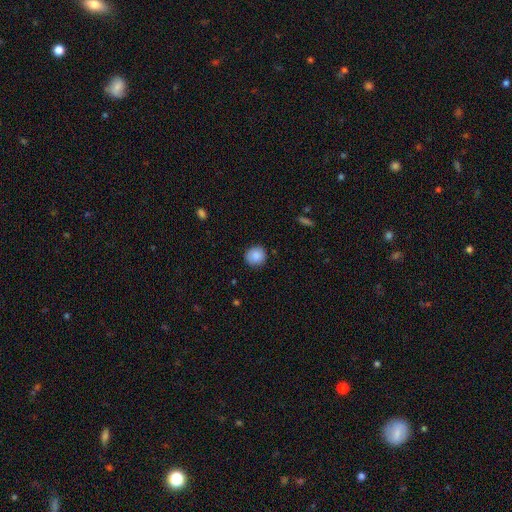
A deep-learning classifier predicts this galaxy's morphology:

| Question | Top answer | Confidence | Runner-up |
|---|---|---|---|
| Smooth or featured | smooth | 88% | star or artifact (8%) |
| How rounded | round | 85% | in between (14%) |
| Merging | none | 87% | minor disturbance (9%) |